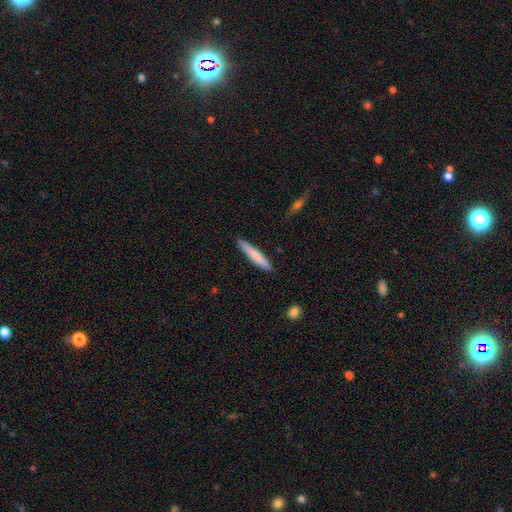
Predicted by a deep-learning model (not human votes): Smooth or featured? Predicted: smooth (p=0.76). How rounded? Predicted: cigar-shaped (p=0.93). Merging? Predicted: none (p=0.90).